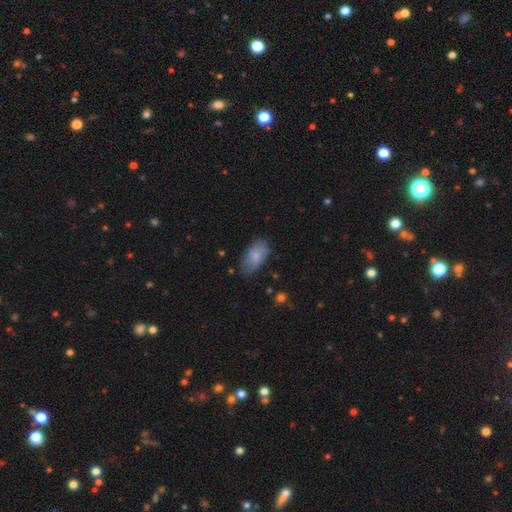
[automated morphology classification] Smooth or featured? smooth (80%)
How rounded? in between (93%)
Merging? none (69%)